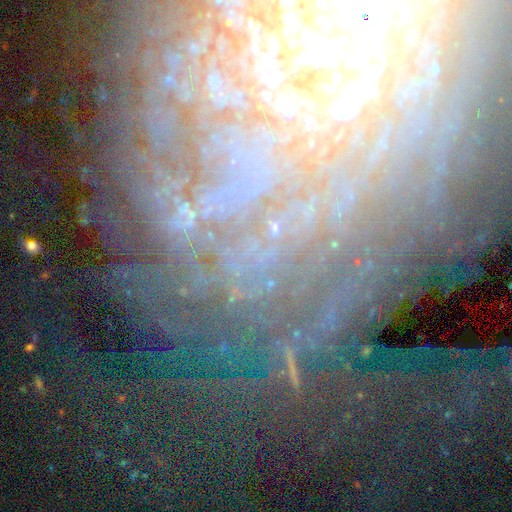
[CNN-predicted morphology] A star or artifact, not a galaxy (46%).